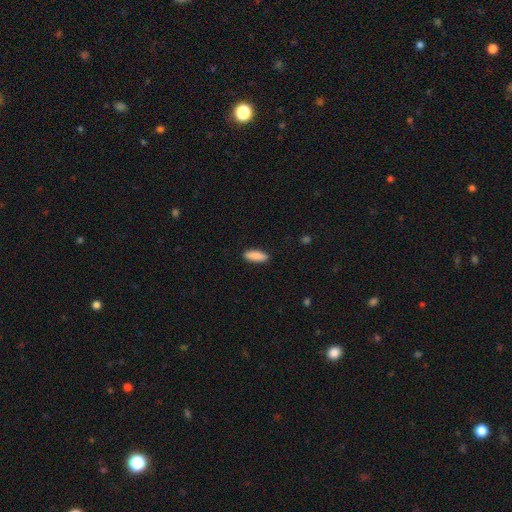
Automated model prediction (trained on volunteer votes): Q: Smooth or featured?
A: smooth (90%); runner-up: star or artifact (6%)
Q: How rounded?
A: in between (57%); runner-up: cigar-shaped (41%)
Q: Merging?
A: none (90%); runner-up: minor disturbance (7%)